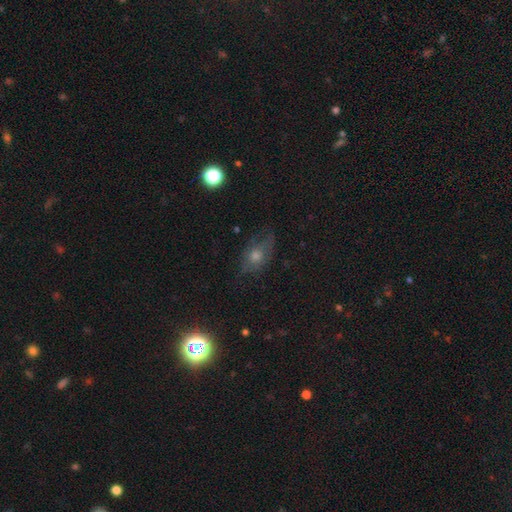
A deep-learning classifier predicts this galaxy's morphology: The model was most divided on "smooth or featured": smooth: 43%, featured or disk: 35%, star or artifact: 23%. More confident: merging — none (60%).